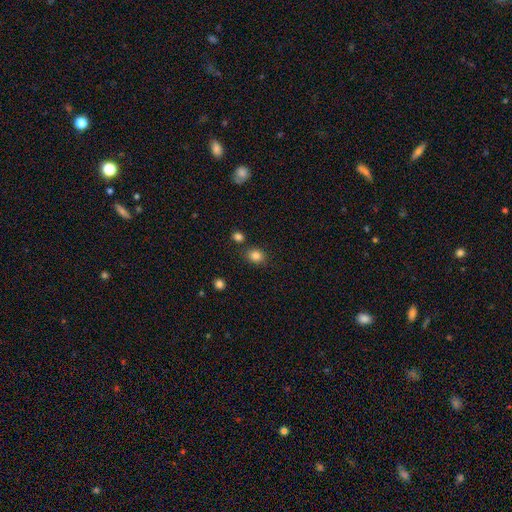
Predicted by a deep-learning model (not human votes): A smooth galaxy with no disk features (83%) that is round (64%).

Vote fractions:
- Smooth or featured? smooth: 83% / star or artifact: 12% / featured or disk: 5%
- How rounded? round: 64% / in between: 35% / cigar-shaped: 1%
- Merging? none: 80% / minor disturbance: 11% / merger: 6% / major disturbance: 3%